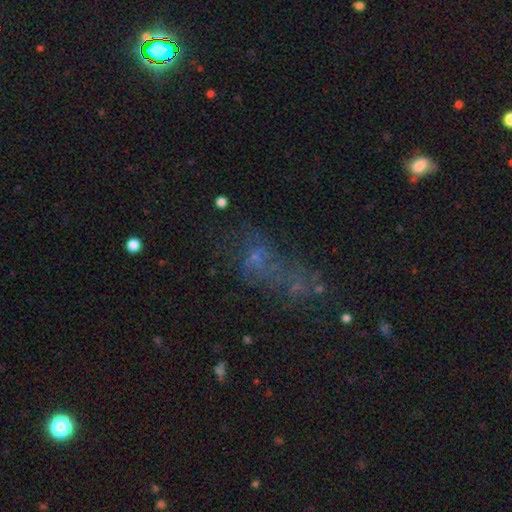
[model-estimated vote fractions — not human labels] Smooth or featured? featured or disk (35%)
Merging? major disturbance (37%)